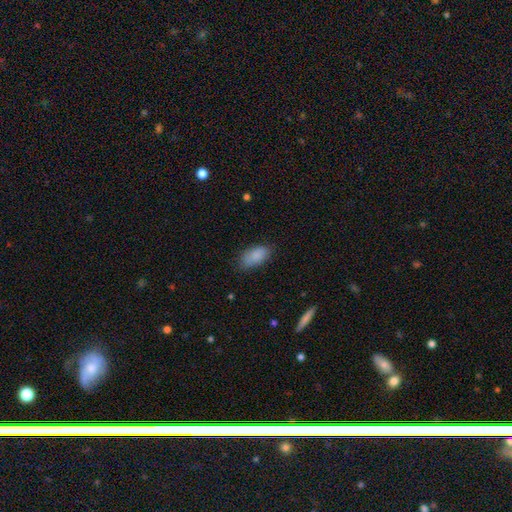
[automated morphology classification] This is clearly a smooth galaxy (86%). How rounded: clearly in between (92%). Merging: likely none (76%).